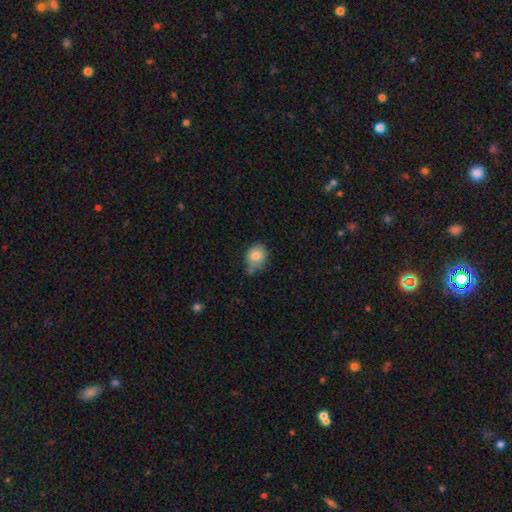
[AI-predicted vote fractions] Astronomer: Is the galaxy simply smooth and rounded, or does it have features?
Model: smooth — 83%.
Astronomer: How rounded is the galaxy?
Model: round — 50% (runner-up: in between, 49%).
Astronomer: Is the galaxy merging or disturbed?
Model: none — 57%.